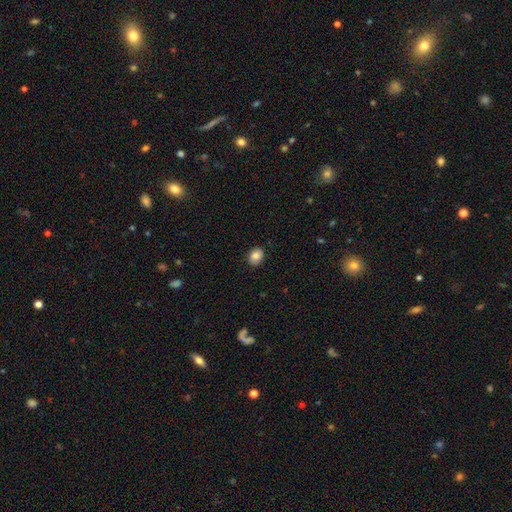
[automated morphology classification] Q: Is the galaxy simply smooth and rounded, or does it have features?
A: smooth — 80%.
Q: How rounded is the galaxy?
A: in between — 55%.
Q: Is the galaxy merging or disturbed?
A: none — 84%.